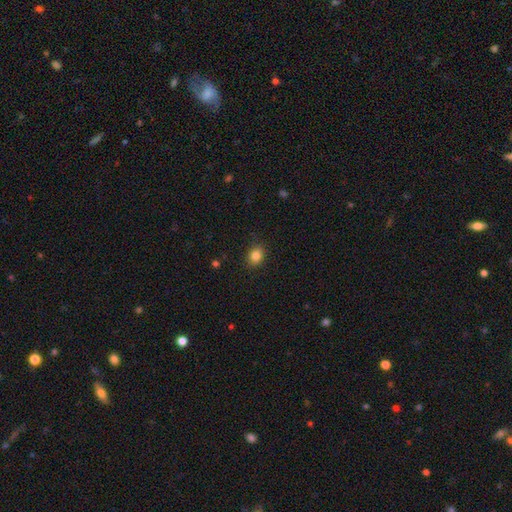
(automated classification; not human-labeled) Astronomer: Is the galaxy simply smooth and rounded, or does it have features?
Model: smooth — 84%.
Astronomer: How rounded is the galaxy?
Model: in between — 51% (runner-up: round, 48%).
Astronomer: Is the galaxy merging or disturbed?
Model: none — 87%.